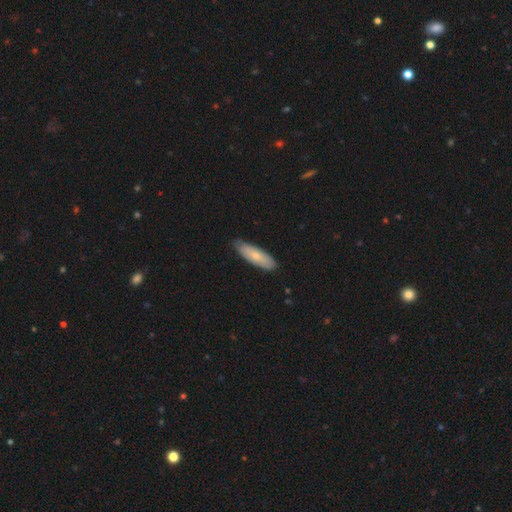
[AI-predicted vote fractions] The model was most divided on "how rounded": in between: 51%, cigar-shaped: 47%, round: 2%. More confident: merging — none (80%); smooth or featured — smooth (67%).